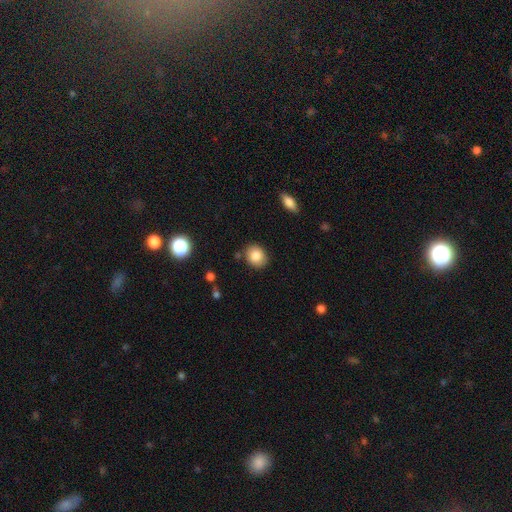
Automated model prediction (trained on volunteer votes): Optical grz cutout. It shows a smooth galaxy with no disk features (85%) that is round (67%). Merging: none (83%).